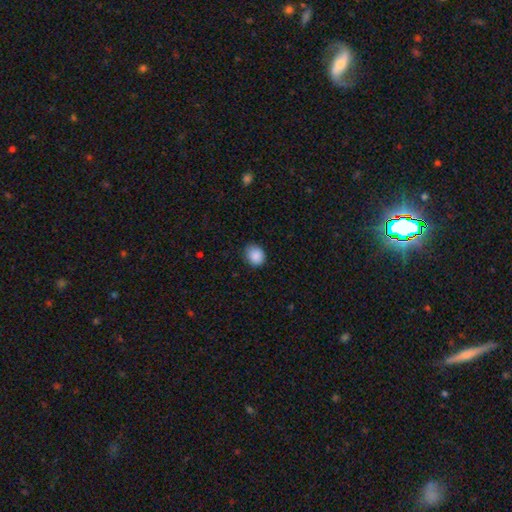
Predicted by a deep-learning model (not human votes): Smooth or featured?
  - smooth: 89% *
  - star or artifact: 8%
  - featured or disk: 3%
How rounded?
  - round: 63% *
  - in between: 36%
  - cigar-shaped: 1%
Merging?
  - none: 83% *
  - minor disturbance: 14%
  - major disturbance: 2%
  - merger: 1%